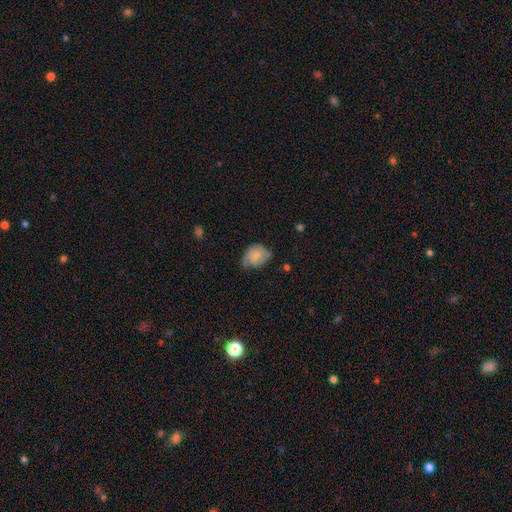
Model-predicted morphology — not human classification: Smooth or featured? smooth (69%)
How rounded? in between (61%)
Merging? none (47%)